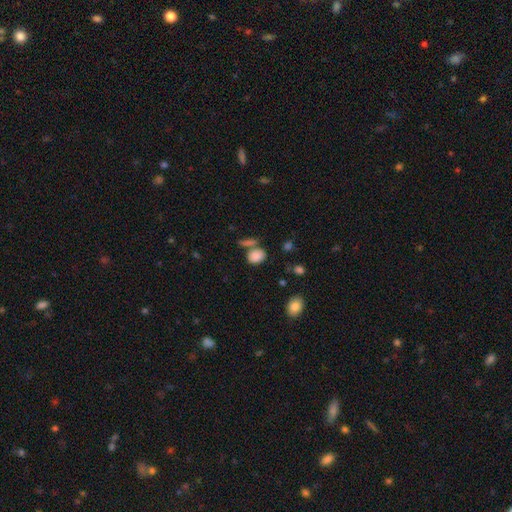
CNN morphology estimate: This is clearly a smooth galaxy (84%). How rounded: likely in between (64%). Merging: possibly none (58%).